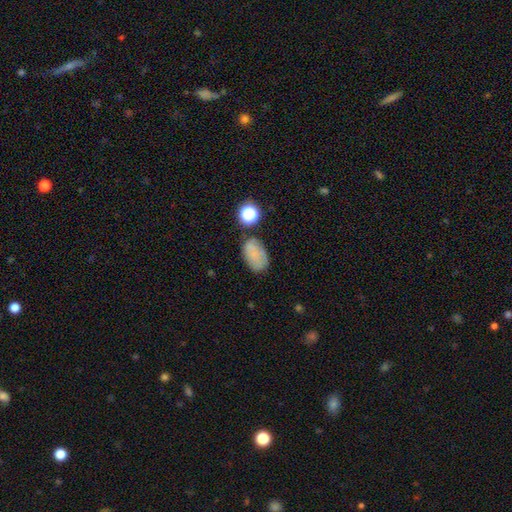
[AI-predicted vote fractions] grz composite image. It shows a smooth galaxy with no disk features (72%) that is in between round and cigar-shaped (86%). Merging: none (64%).